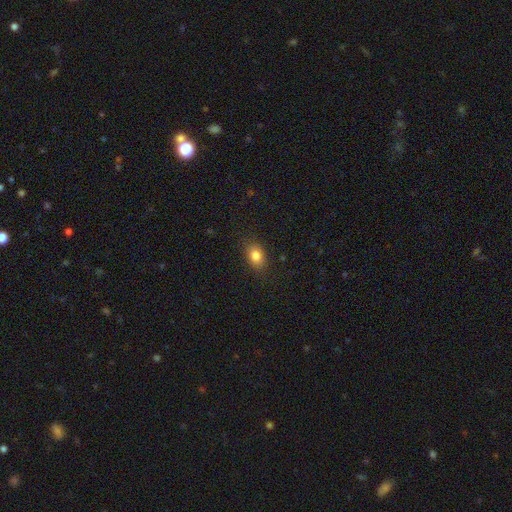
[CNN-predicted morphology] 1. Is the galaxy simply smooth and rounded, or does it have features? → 83% smooth, 9% star or artifact, 7% featured or disk.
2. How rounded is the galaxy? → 76% in between, 22% round, 2% cigar-shaped.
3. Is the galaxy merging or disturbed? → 85% none, 11% minor disturbance, 3% major disturbance, 1% merger.